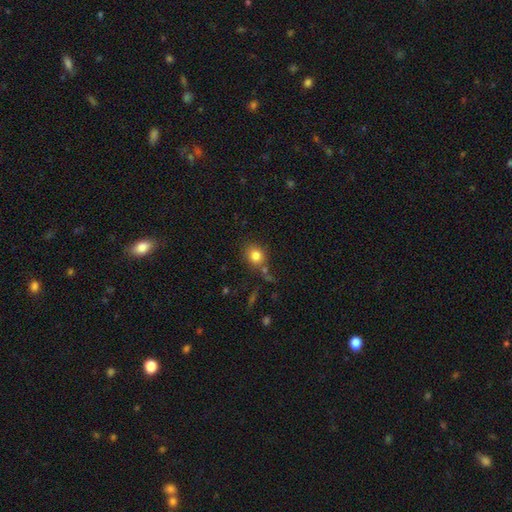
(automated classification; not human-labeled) Morphology: type=smooth (82%); roundness=round (74%); merging=none (69%).